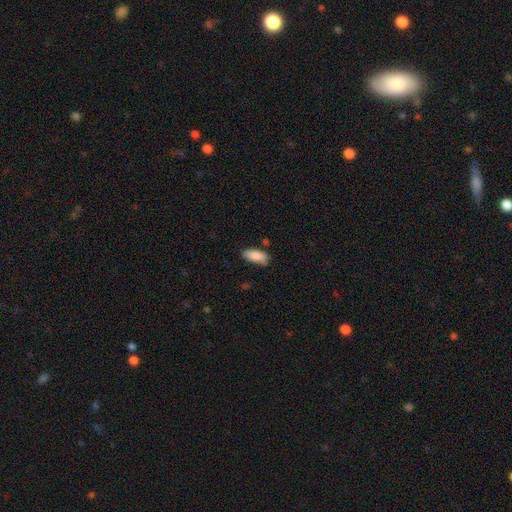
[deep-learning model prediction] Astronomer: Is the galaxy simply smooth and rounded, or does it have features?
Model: smooth — 88%.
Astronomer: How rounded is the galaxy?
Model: in between — 86%.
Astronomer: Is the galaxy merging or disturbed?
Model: none — 71%.